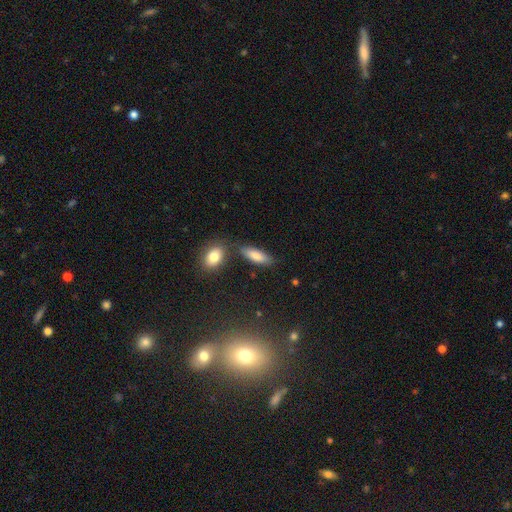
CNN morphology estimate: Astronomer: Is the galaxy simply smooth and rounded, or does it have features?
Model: smooth — 79%.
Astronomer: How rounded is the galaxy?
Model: in between — 58% (runner-up: cigar-shaped, 39%).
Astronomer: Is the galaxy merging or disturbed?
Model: none — 75%.